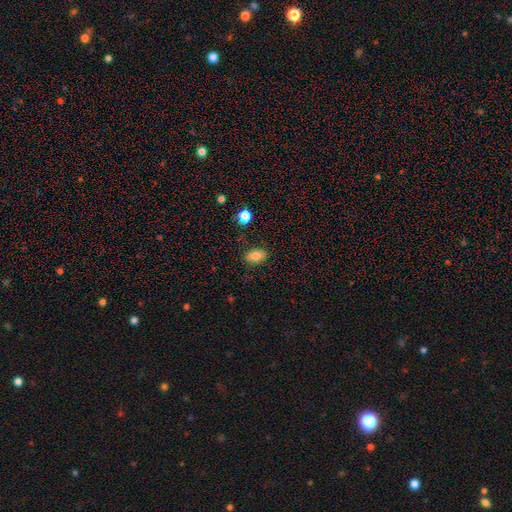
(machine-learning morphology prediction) This is clearly a smooth galaxy (81%). How rounded: clearly in between (82%). Merging: clearly none (82%).